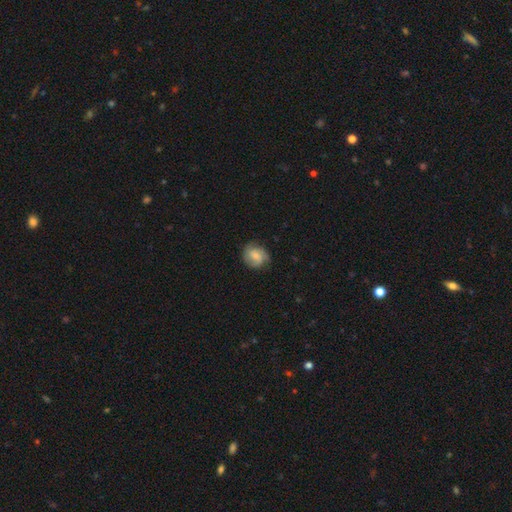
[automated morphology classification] Smooth or featured: smooth — 56% (featured or disk — 37%)
How rounded: round — 74% (in between — 25%)
Merging: none — 71% (minor disturbance — 22%)